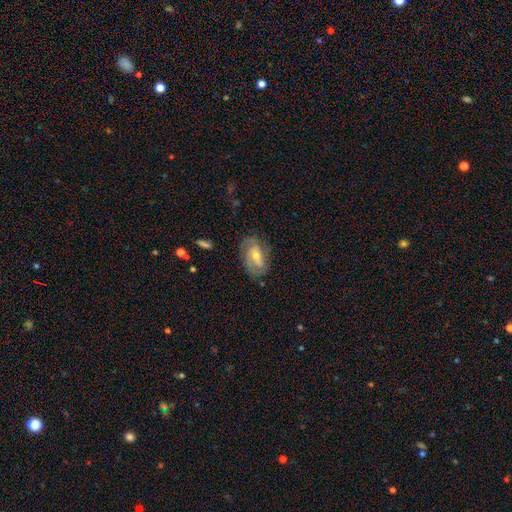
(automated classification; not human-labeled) featured or disk 63%, smooth 30%, star or artifact 7%. Down the decision tree: edge-on disk — no (94%); bar — no (47%); spiral arms — yes (81%); bulge size — moderate (61%); merging — none (67%).